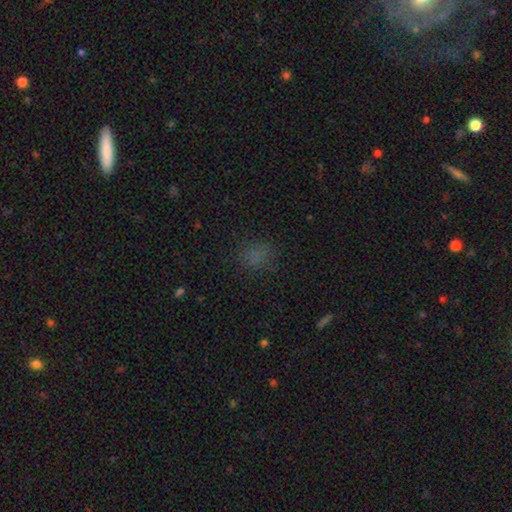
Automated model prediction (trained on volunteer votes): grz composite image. It shows a smooth galaxy with no disk features (68%) that is round (50%). Merging: none (74%).